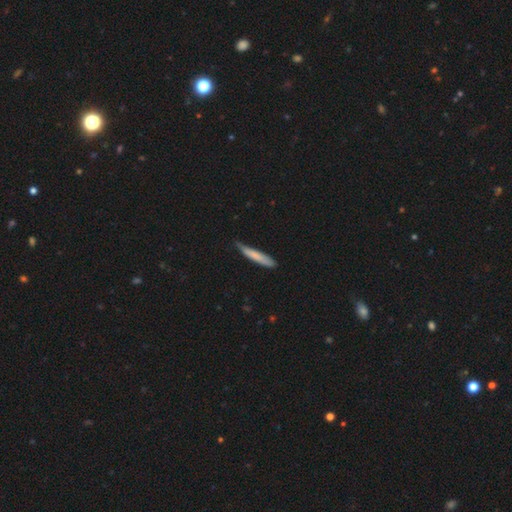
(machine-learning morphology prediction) Smooth or featured?
  - smooth: 75% *
  - featured or disk: 20%
  - star or artifact: 6%
How rounded?
  - cigar-shaped: 92% *
  - in between: 6%
  - round: 1%
Merging?
  - none: 67% *
  - minor disturbance: 28%
  - major disturbance: 4%
  - merger: 2%